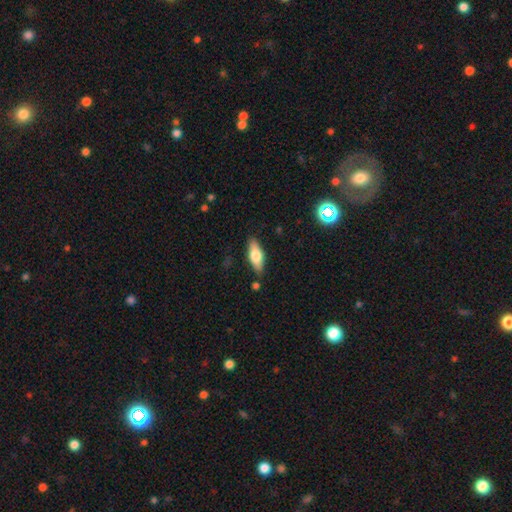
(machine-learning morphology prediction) This is likely a smooth galaxy (65%). How rounded: likely in between (71%). Merging: clearly none (84%).